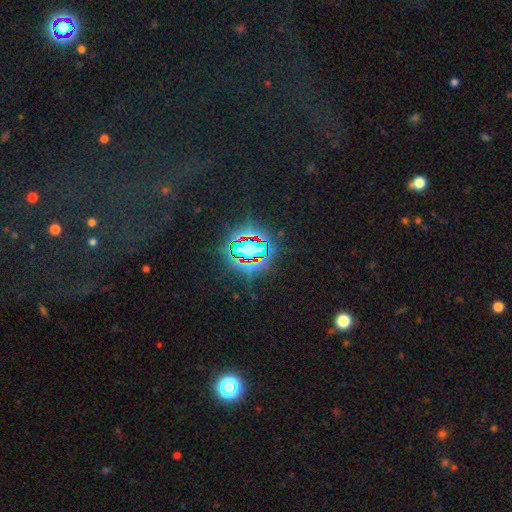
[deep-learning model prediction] smooth_or_featured: star or artifact (p=0.79) [alt: smooth p=0.13]